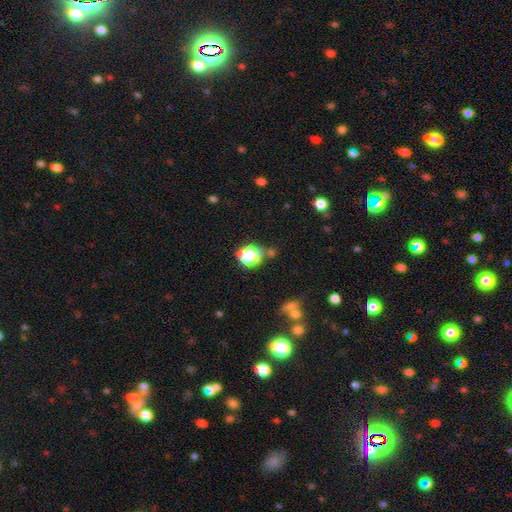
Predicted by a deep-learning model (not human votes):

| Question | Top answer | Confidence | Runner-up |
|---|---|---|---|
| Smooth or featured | star or artifact | 57% | smooth (34%) |